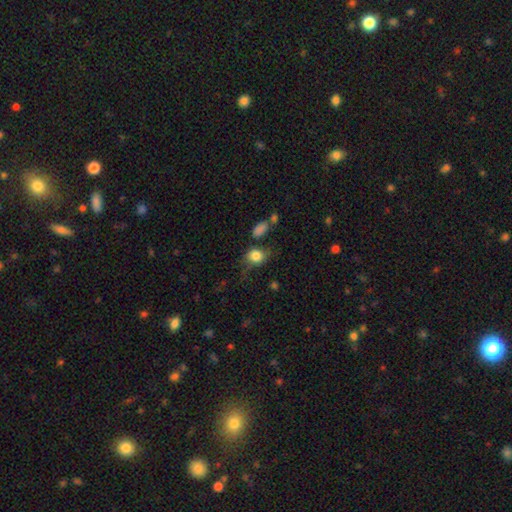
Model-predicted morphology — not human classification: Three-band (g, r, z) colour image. It shows a smooth galaxy with no disk features (80%) that is round (59%). Merging: none (48%).